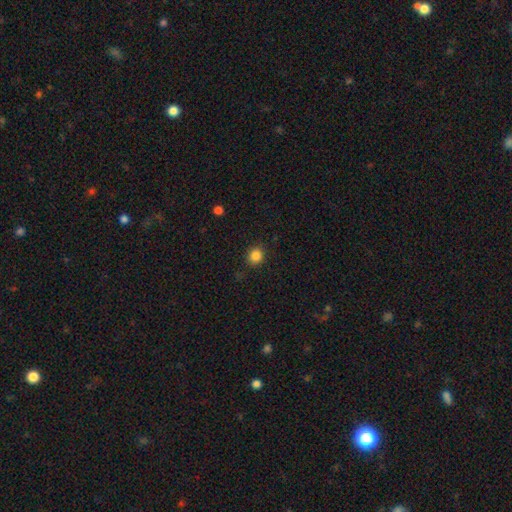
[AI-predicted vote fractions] A smooth galaxy with no disk features (85%) that is round (84%).

Vote fractions:
- Smooth or featured? smooth: 85% / star or artifact: 11% / featured or disk: 4%
- How rounded? round: 84% / in between: 15% / cigar-shaped: 1%
- Merging? none: 87% / minor disturbance: 9% / major disturbance: 2% / merger: 1%